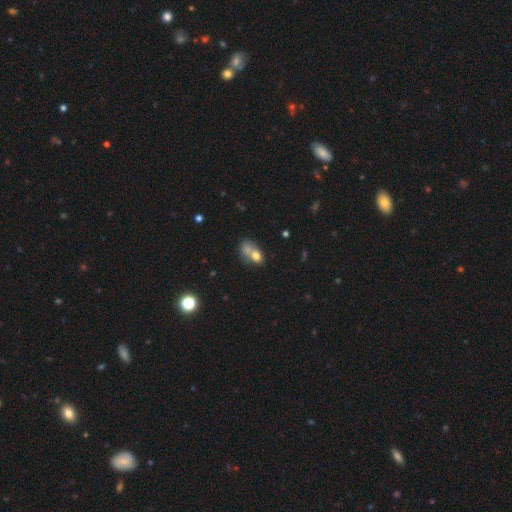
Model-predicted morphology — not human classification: The model was most divided on "how rounded": in between: 64%, round: 34%, cigar-shaped: 2%. More confident: smooth or featured — smooth (68%); merging — merger (62%).